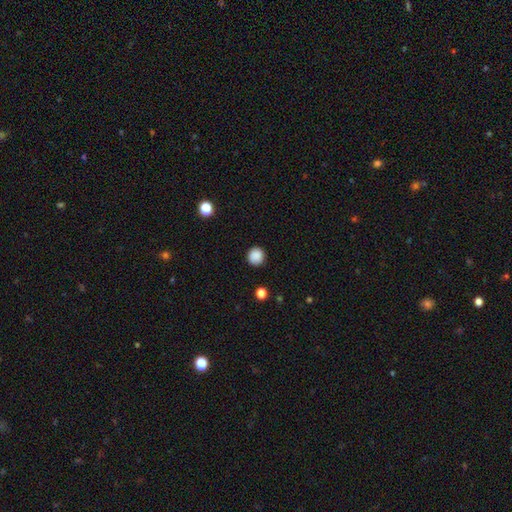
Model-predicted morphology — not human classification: A smooth galaxy with no disk features (87%) that is round (92%).

Vote fractions:
- Smooth or featured? smooth: 87% / star or artifact: 10% / featured or disk: 3%
- How rounded? round: 92% / in between: 7% / cigar-shaped: 1%
- Merging? none: 88% / minor disturbance: 8% / major disturbance: 2% / merger: 1%